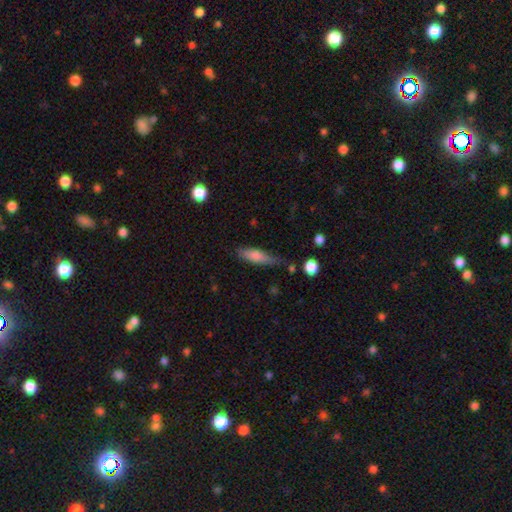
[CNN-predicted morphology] smooth 75%, featured or disk 18%, star or artifact 7%. Down the decision tree: how rounded — cigar-shaped (57%); merging — none (59%).